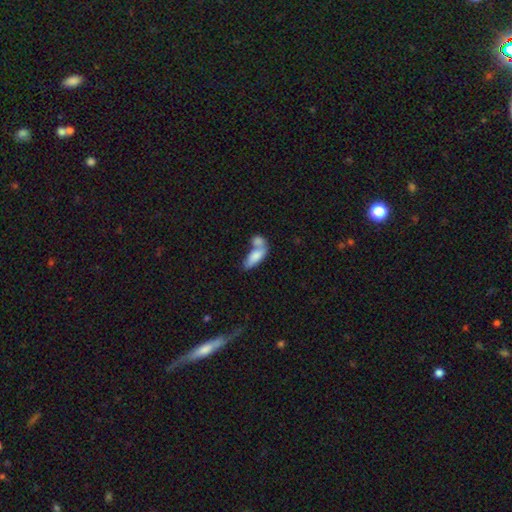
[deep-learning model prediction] smooth 77%, featured or disk 16%, star or artifact 7%. Down the decision tree: how rounded — in between (79%); merging — merger (63%).